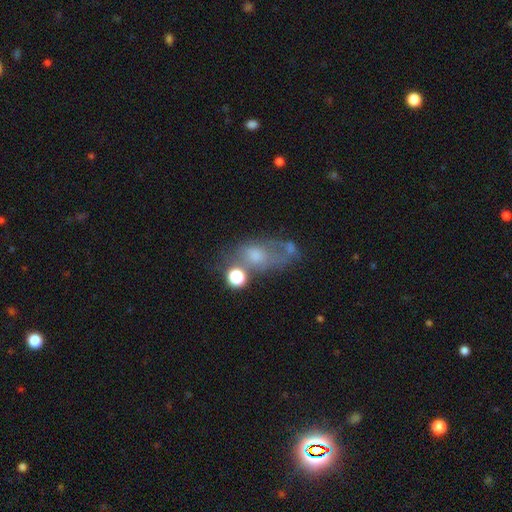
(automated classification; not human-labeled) smooth 42%, featured or disk 37%, star or artifact 21%. Down the decision tree: merging — none (36%).